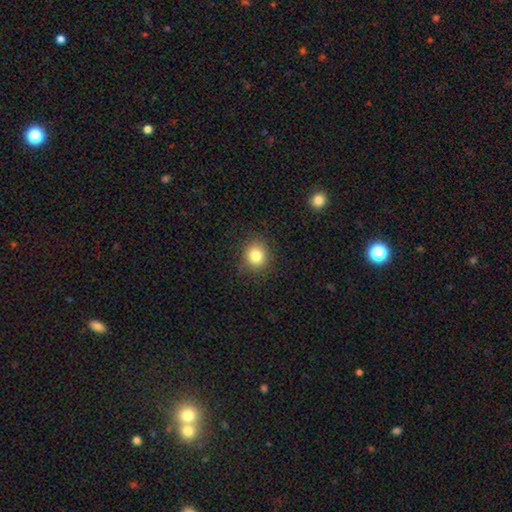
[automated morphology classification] Q: Smooth or featured?
A: smooth (81%); runner-up: star or artifact (12%)
Q: How rounded?
A: round (81%); runner-up: in between (18%)
Q: Merging?
A: none (85%); runner-up: minor disturbance (11%)